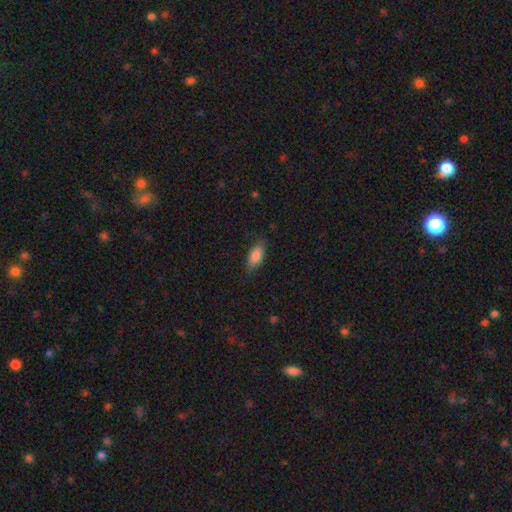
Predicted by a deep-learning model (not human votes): Smooth or featured: smooth — 81% (featured or disk — 12%)
How rounded: in between — 81% (cigar-shaped — 16%)
Merging: none — 79% (minor disturbance — 17%)